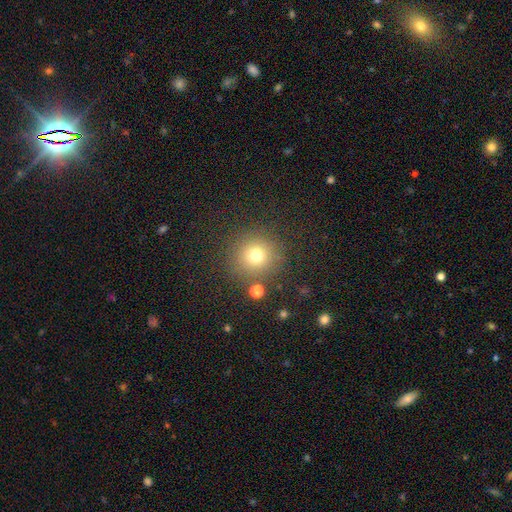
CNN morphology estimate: smooth-or-featured: smooth: 74% | star or artifact: 17% | featured or disk: 9%
  how-rounded: round: 94% | in between: 5% | cigar-shaped: 1%
  merging: none: 84% | minor disturbance: 8% | merger: 4% | major disturbance: 4%